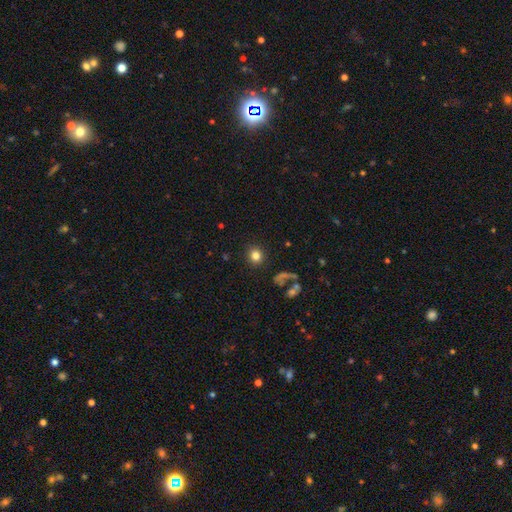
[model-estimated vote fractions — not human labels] Overall: smooth (81%). How rounded: round (89%). Merging: none (89%).